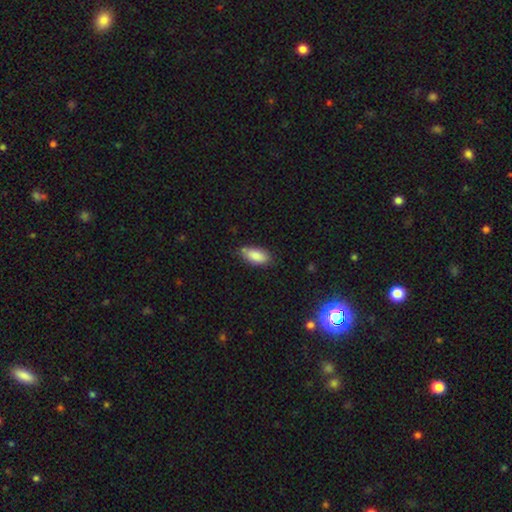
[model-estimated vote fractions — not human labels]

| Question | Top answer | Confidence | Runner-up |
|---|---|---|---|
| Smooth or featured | smooth | 85% | featured or disk (8%) |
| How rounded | in between | 89% | cigar-shaped (9%) |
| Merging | none | 69% | minor disturbance (24%) |